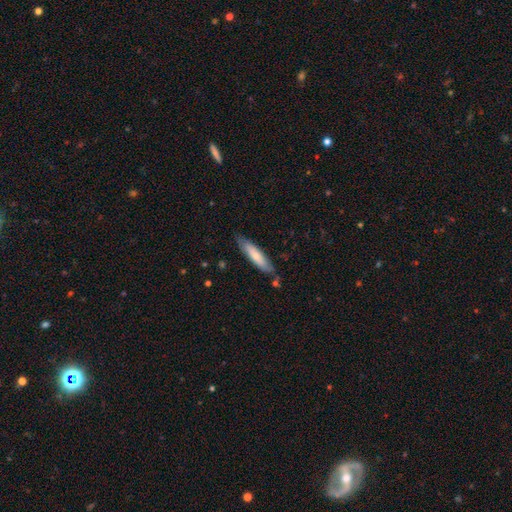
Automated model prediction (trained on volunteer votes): Smooth or featured: smooth — 72% (featured or disk — 23%)
How rounded: cigar-shaped — 77% (in between — 22%)
Merging: none — 79% (minor disturbance — 15%)